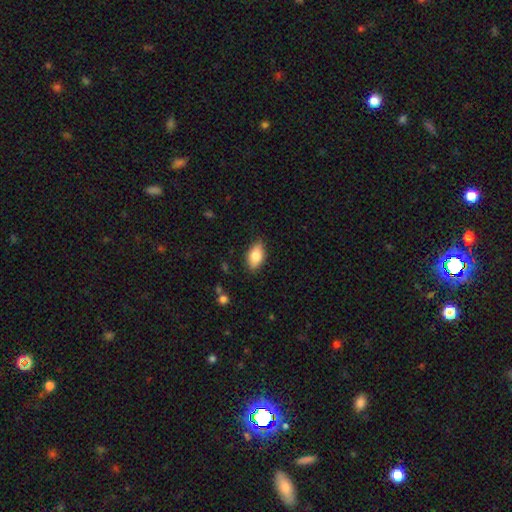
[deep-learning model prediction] Q: Smooth or featured?
A: smooth (79%); runner-up: featured or disk (14%)
Q: How rounded?
A: in between (90%); runner-up: round (6%)
Q: Merging?
A: none (84%); runner-up: minor disturbance (12%)